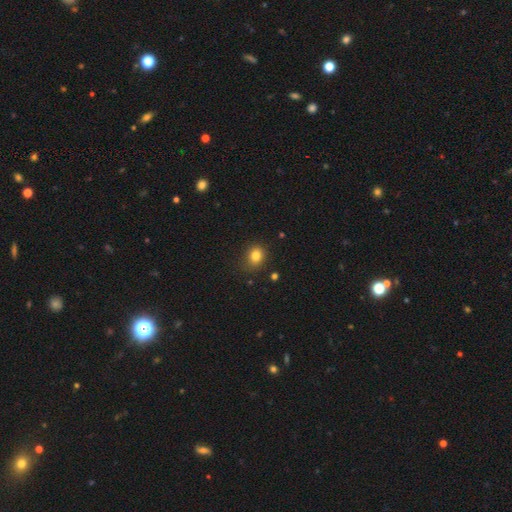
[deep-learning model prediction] Q: Smooth or featured?
A: smooth (82%); runner-up: star or artifact (12%)
Q: How rounded?
A: round (60%); runner-up: in between (39%)
Q: Merging?
A: none (80%); runner-up: minor disturbance (15%)